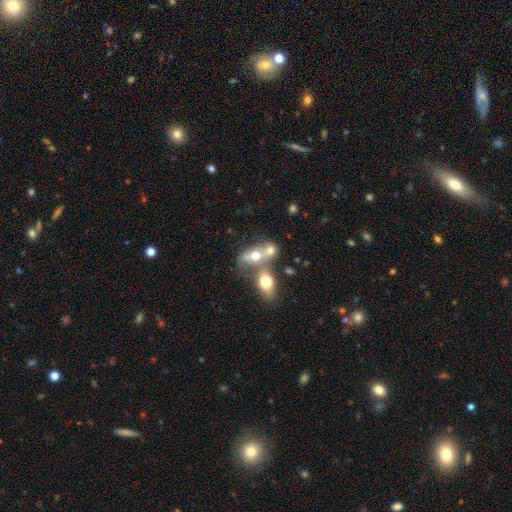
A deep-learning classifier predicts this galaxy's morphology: This appears to be a smooth galaxy with no disk features (60%) that is in between round and cigar-shaped (75%). Merging: merger (63%).